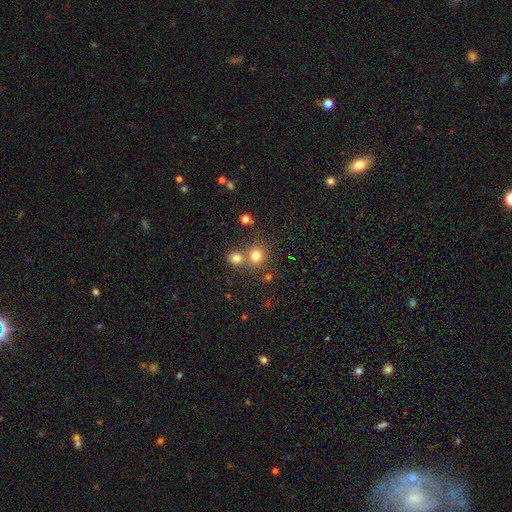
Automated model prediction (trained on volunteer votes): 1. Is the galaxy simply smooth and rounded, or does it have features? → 77% smooth, 15% star or artifact, 8% featured or disk.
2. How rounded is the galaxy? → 83% round, 16% in between, 1% cigar-shaped.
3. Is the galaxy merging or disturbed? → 58% none, 32% merger, 7% minor disturbance, 3% major disturbance.